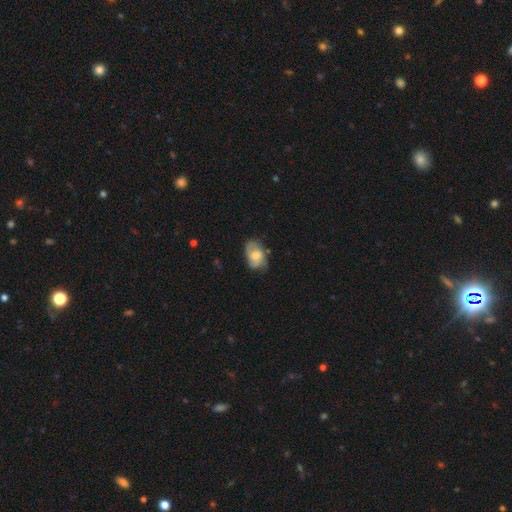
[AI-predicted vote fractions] Q: Smooth or featured?
A: smooth (56%); runner-up: featured or disk (36%)
Q: How rounded?
A: in between (86%); runner-up: round (13%)
Q: Merging?
A: none (59%); runner-up: minor disturbance (30%)